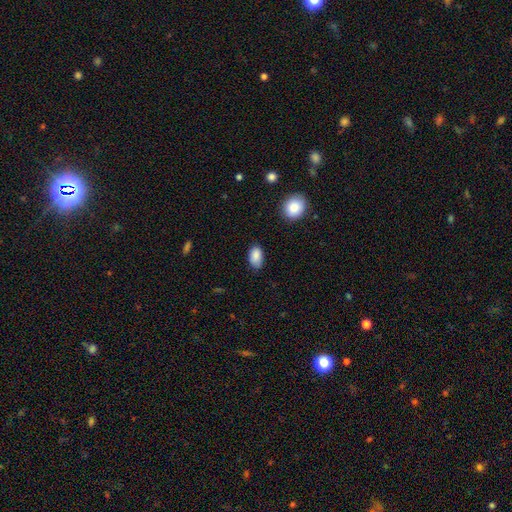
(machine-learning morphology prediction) smooth_or_featured: smooth (p=0.87) [alt: star or artifact p=0.08]
how_rounded: in between (p=0.92) [alt: round p=0.07]
merging: none (p=0.74) [alt: minor disturbance p=0.22]